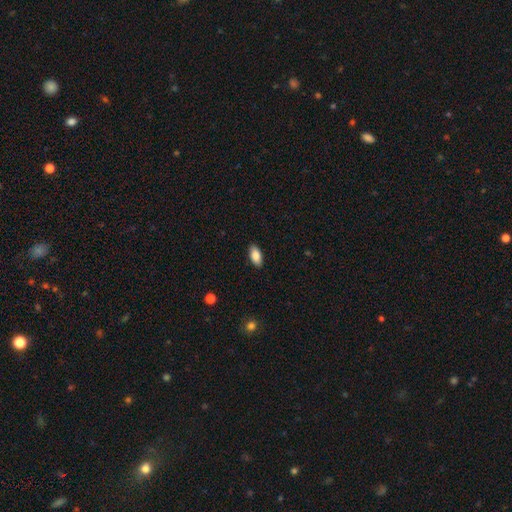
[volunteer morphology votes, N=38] Volunteers were most divided on "merging": none: 89%, minor disturbance: 11%, major disturbance: 0%, merger: 0%. More confident: how rounded — in between (91%); smooth or featured — smooth (89%).